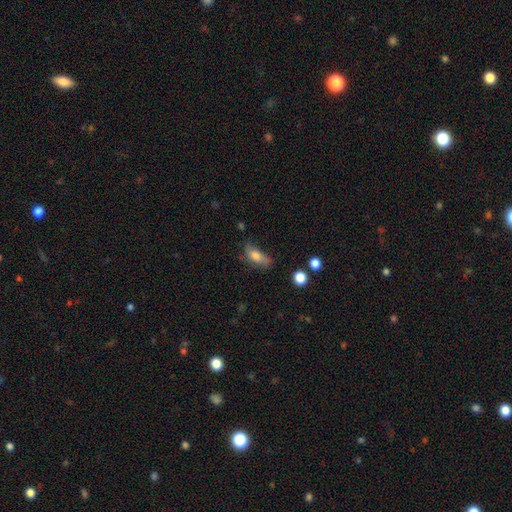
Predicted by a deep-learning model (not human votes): A smooth galaxy with no disk features (74%) that is in between round and cigar-shaped (78%). Merging: none (46%).